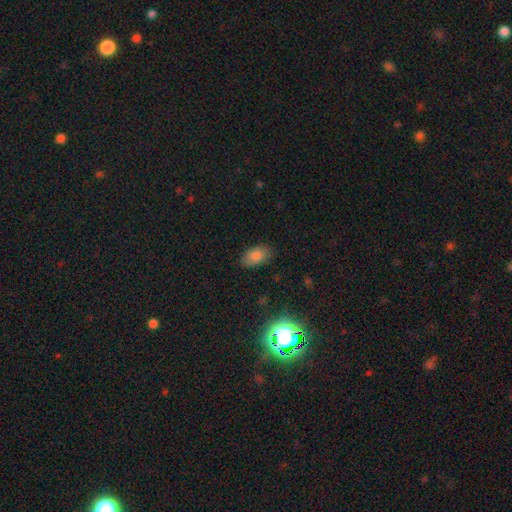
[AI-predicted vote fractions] Smooth or featured?
  - smooth: 81% *
  - star or artifact: 11%
  - featured or disk: 8%
How rounded?
  - in between: 91% *
  - round: 7%
  - cigar-shaped: 2%
Merging?
  - none: 83% *
  - minor disturbance: 13%
  - major disturbance: 3%
  - merger: 1%